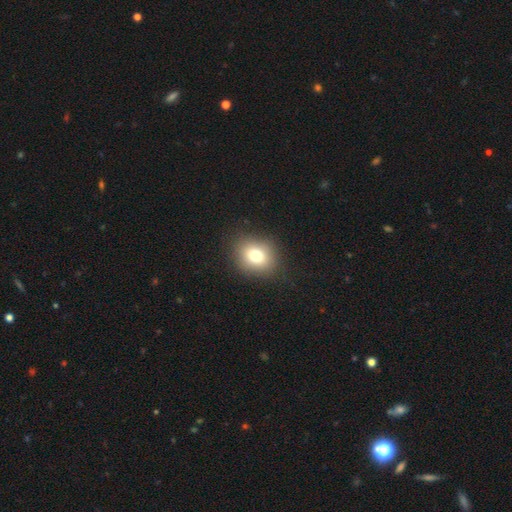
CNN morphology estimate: This appears to be a smooth galaxy with no disk features (76%) that is round (69%). Merging: none (87%).